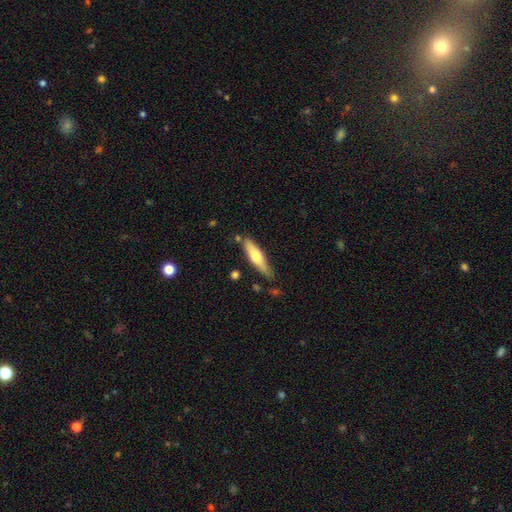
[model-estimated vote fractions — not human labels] Smooth or featured? smooth (56%)
How rounded? cigar-shaped (69%)
Merging? none (74%)